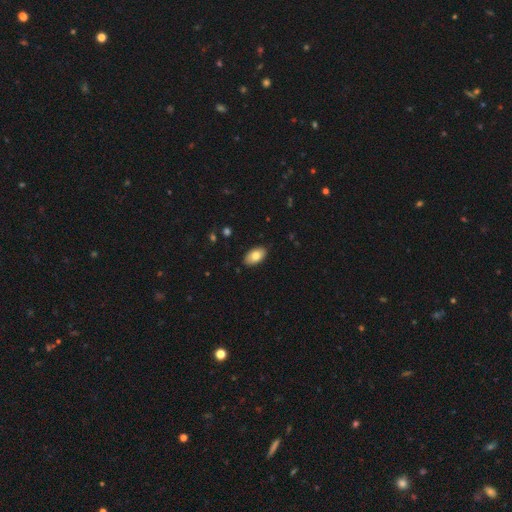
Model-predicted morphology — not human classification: Smooth or featured: smooth — 80% (featured or disk — 14%)
How rounded: in between — 94% (round — 4%)
Merging: none — 88% (minor disturbance — 10%)